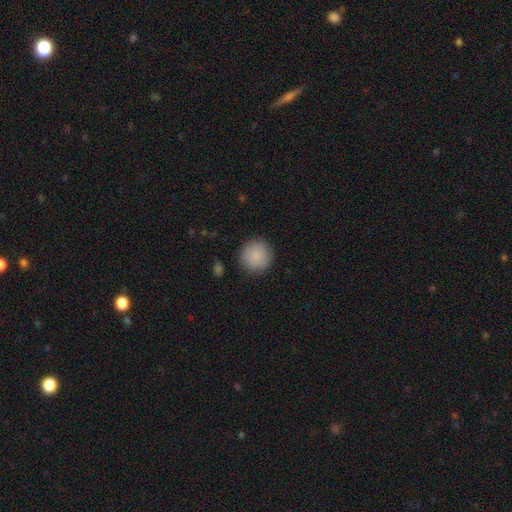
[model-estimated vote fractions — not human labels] A smooth galaxy with no disk features (87%) that is round (94%).

Vote fractions:
- Smooth or featured? smooth: 87% / star or artifact: 7% / featured or disk: 6%
- How rounded? round: 94% / in between: 5% / cigar-shaped: 1%
- Merging? none: 88% / minor disturbance: 8% / major disturbance: 2% / merger: 1%